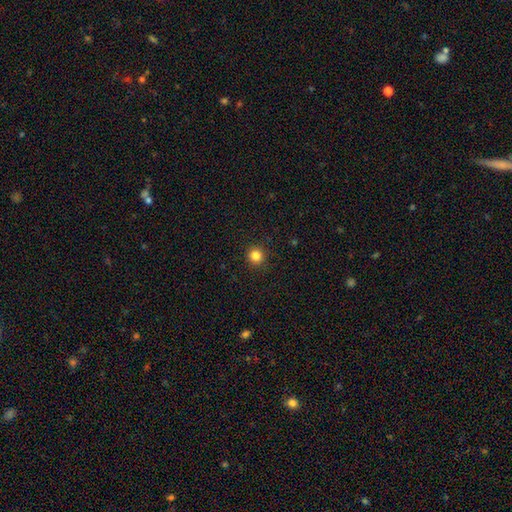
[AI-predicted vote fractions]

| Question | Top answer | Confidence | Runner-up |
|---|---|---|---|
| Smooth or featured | smooth | 83% | star or artifact (12%) |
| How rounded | round | 94% | in between (5%) |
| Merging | none | 92% | minor disturbance (5%) |